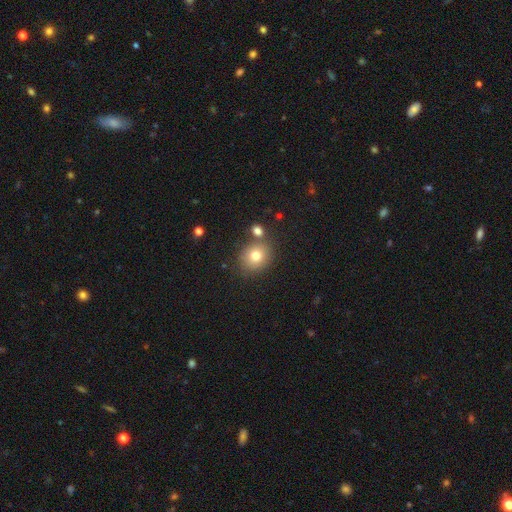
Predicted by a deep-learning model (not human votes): Smooth or featured? smooth (77%)
How rounded? round (68%)
Merging? none (73%)